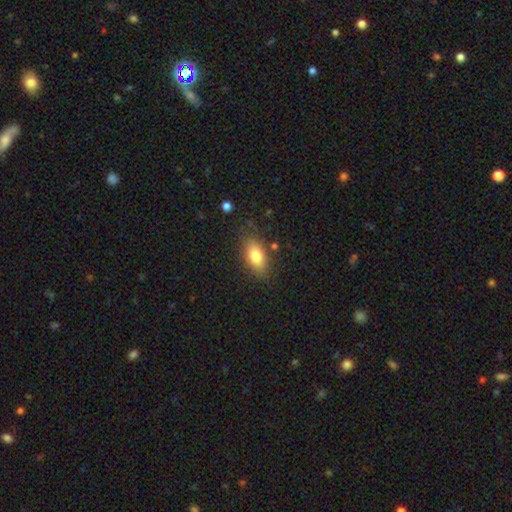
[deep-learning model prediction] Overall: smooth (79%). How rounded: in between (87%). Merging: none (79%).